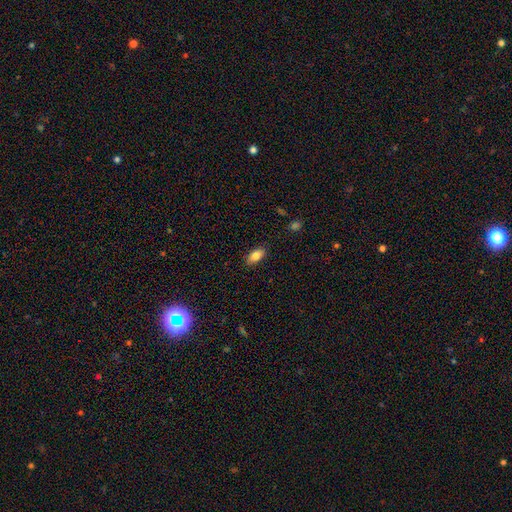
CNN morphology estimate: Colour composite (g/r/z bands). It shows a smooth galaxy with no disk features (84%) that is in between round and cigar-shaped (89%). Merging: none (87%).